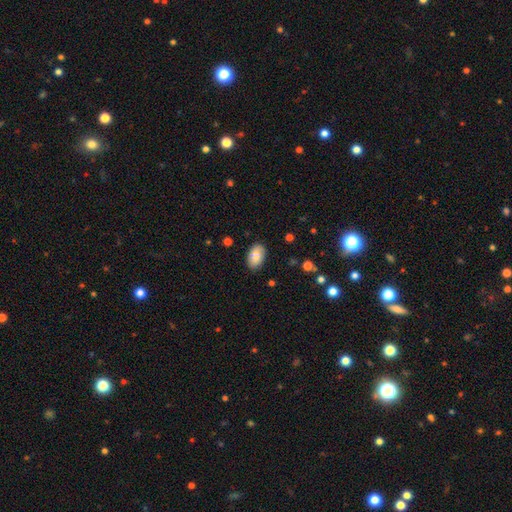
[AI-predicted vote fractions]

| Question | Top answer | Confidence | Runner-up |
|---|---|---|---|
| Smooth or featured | smooth | 74% | featured or disk (18%) |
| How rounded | in between | 92% | round (7%) |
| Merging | none | 85% | minor disturbance (11%) |